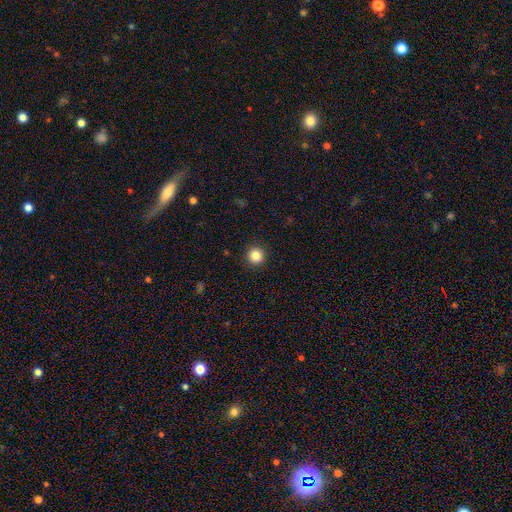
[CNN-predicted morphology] type=smooth (84%); roundness=round (96%); merging=none (93%).